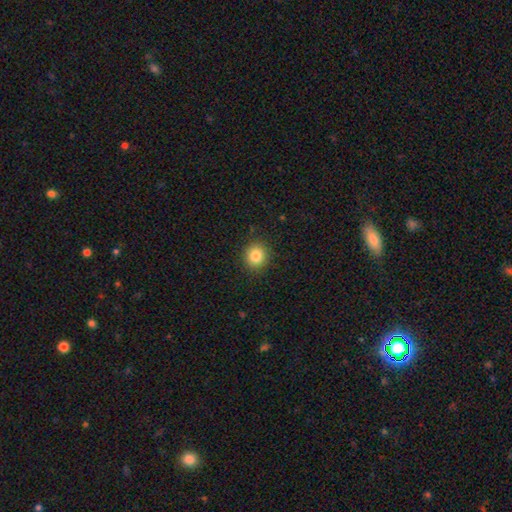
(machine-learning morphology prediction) This is clearly a smooth galaxy (84%). How rounded: clearly round (82%). Merging: clearly none (90%).